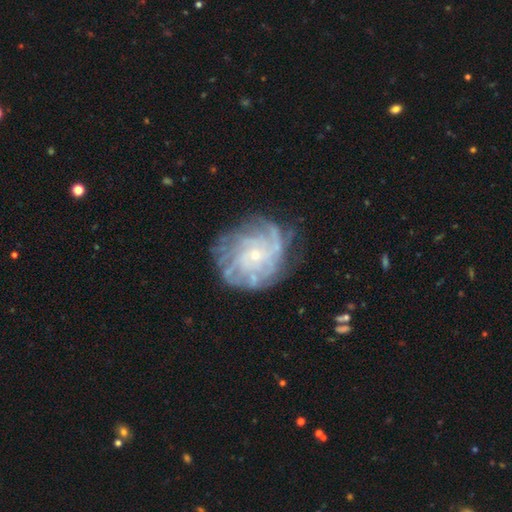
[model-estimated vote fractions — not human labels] Smooth or featured: featured or disk — 80% (smooth — 12%)
Edge-on disk: no — 97% (yes — 3%)
Bar: no — 79% (weak — 18%)
Spiral arms: yes — 89% (no — 11%)
Spiral winding: tight — 65% (medium — 26%)
Spiral arm count: can't tell — 41% (more than 4 — 20%)
Bulge size: small — 79% (moderate — 16%)
Merging: none — 68% (minor disturbance — 19%)